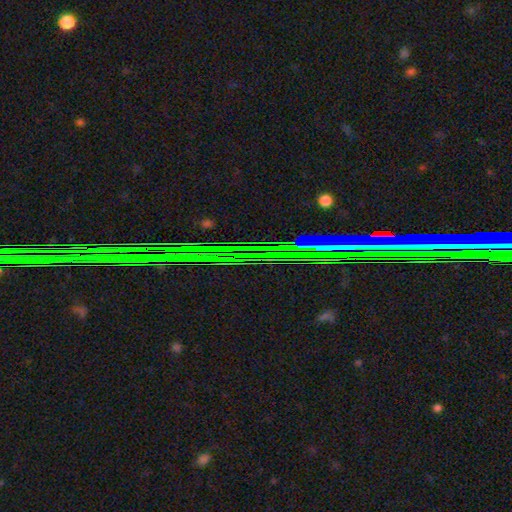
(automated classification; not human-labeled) This appears to be a star or artifact, not a galaxy (83%).